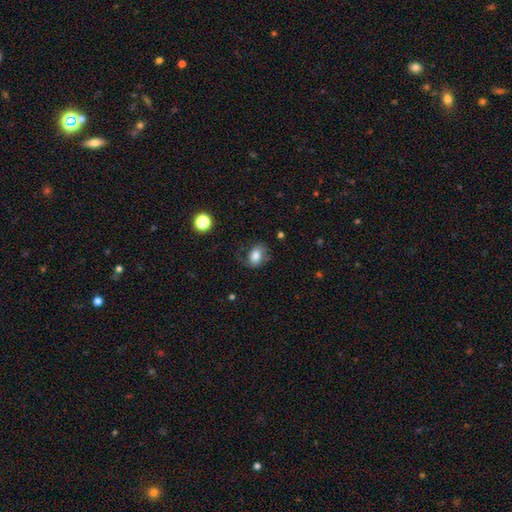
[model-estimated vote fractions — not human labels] The model was most divided on "merging": none: 59%, minor disturbance: 24%, major disturbance: 15%, merger: 2%. More confident: smooth or featured — smooth (70%); how rounded — in between (68%).